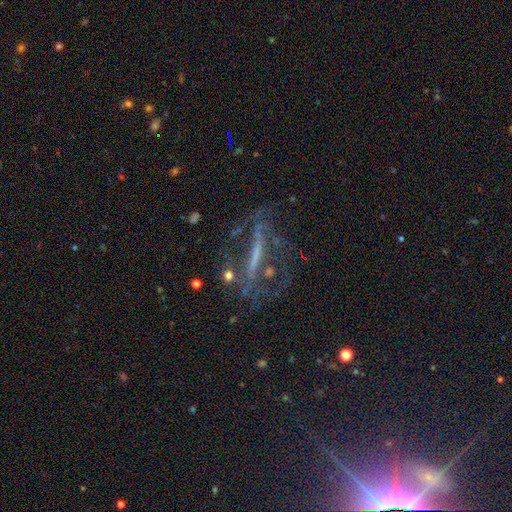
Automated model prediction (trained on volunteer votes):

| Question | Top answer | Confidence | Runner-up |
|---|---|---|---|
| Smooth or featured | featured or disk | 66% | smooth (18%) |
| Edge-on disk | no | 60% | yes (40%) |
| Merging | none | 53% | major disturbance (24%) |